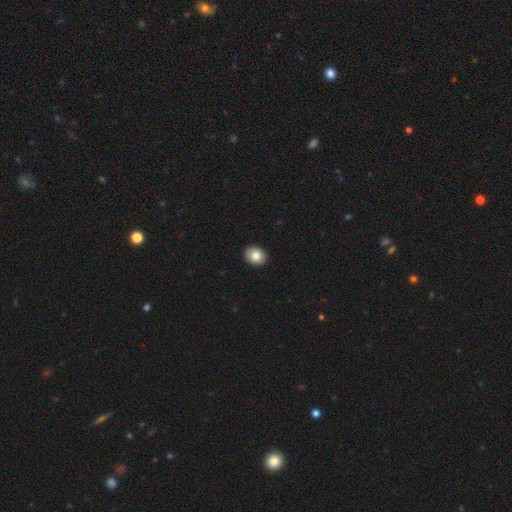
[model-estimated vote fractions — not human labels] smooth 81%, featured or disk 10%, star or artifact 8%. Down the decision tree: how rounded — round (65%); merging — none (92%).